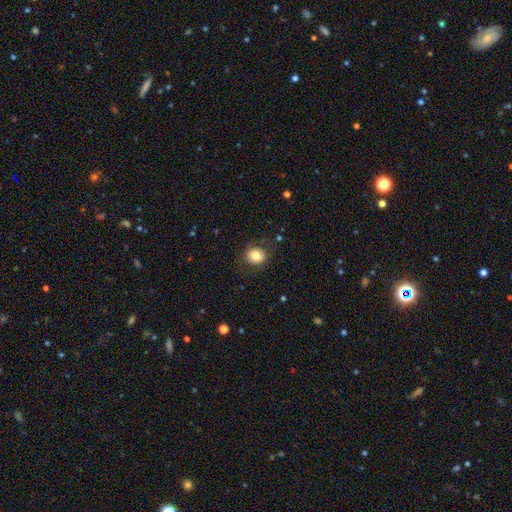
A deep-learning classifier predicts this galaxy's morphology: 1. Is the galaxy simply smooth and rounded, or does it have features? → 80% smooth, 10% featured or disk, 10% star or artifact.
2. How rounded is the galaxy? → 71% round, 28% in between, 1% cigar-shaped.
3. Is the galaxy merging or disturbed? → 82% none, 12% minor disturbance, 5% major disturbance, 1% merger.